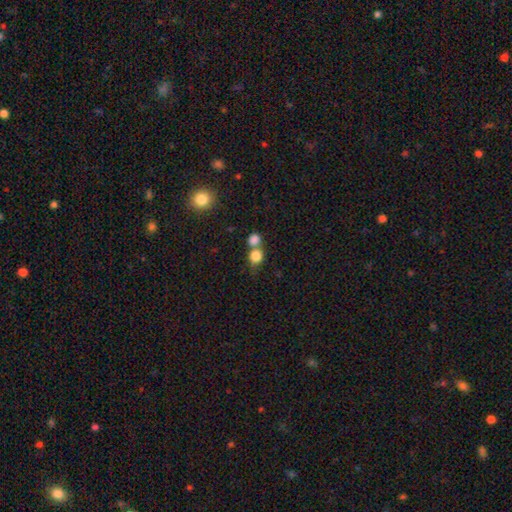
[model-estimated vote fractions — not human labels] Smooth or featured?
  - smooth: 82% *
  - star or artifact: 11%
  - featured or disk: 8%
How rounded?
  - round: 78% *
  - in between: 21%
  - cigar-shaped: 1%
Merging?
  - merger: 50% *
  - none: 38%
  - minor disturbance: 8%
  - major disturbance: 4%